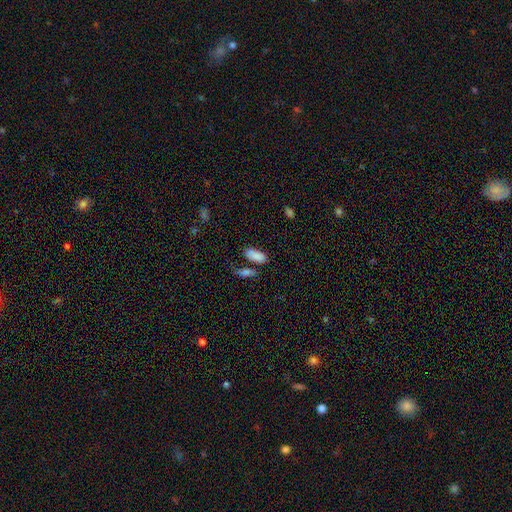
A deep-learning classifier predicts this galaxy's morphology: The model was most divided on "merging": none: 60%, merger: 18%, minor disturbance: 16%, major disturbance: 6%. More confident: how rounded — in between (86%); smooth or featured — smooth (85%).